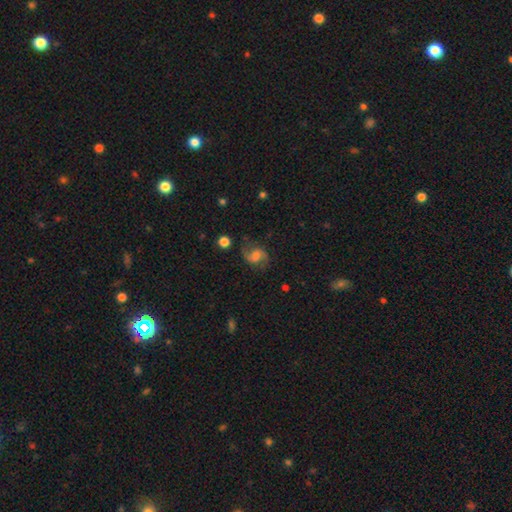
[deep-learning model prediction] Smooth or featured? Predicted: featured or disk (p=0.71). Edge-on disk? Predicted: no (p=0.98). Bar? Predicted: weak (p=0.44, tied with no). Spiral arms? Predicted: yes (p=0.94). Spiral winding? Predicted: loose (p=0.52). Spiral arm count? Predicted: 2 (p=0.91). Bulge size? Predicted: none (p=0.31). Merging? Predicted: none (p=0.71).